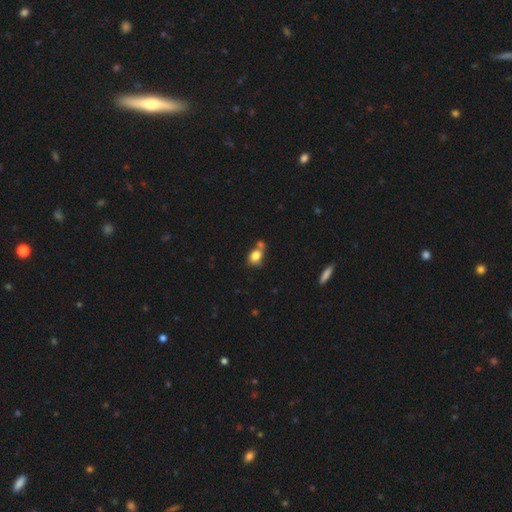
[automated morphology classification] Q: Smooth or featured?
A: smooth (80%); runner-up: featured or disk (10%)
Q: How rounded?
A: in between (52%); runner-up: round (46%)
Q: Merging?
A: none (43%); runner-up: merger (36%)